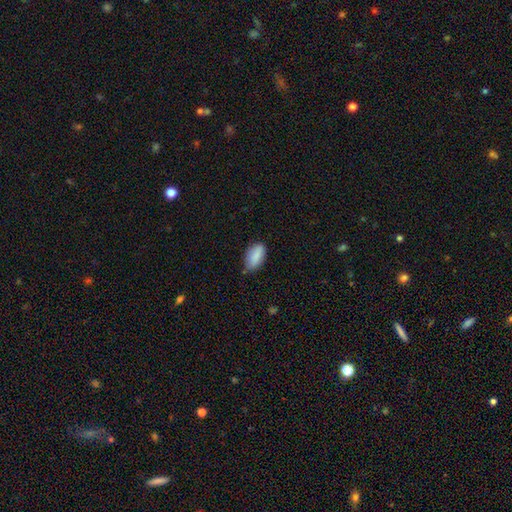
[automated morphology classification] smooth-or-featured: smooth: 87% | star or artifact: 7% | featured or disk: 6%
  how-rounded: in between: 92% | cigar-shaped: 5% | round: 3%
  merging: none: 69% | minor disturbance: 26% | major disturbance: 4% | merger: 2%